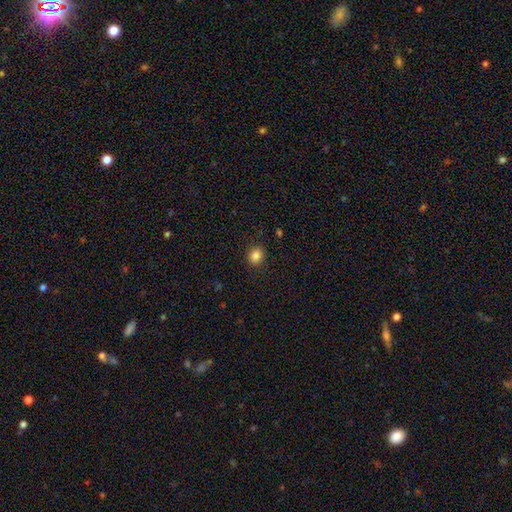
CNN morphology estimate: The model was most divided on "how rounded": round: 78%, in between: 21%, cigar-shaped: 1%. More confident: merging — none (89%); smooth or featured — smooth (85%).